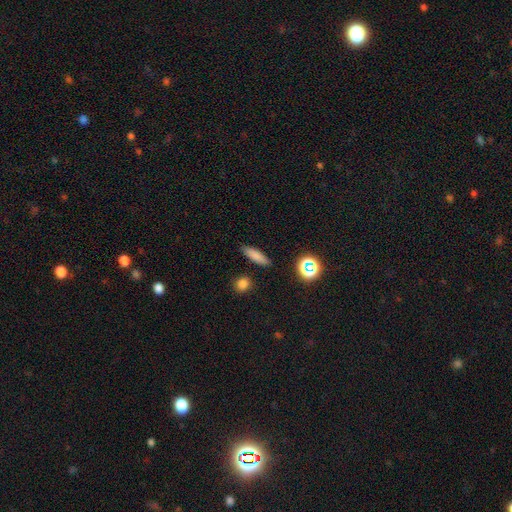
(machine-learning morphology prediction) Smooth or featured: smooth — 80% (star or artifact — 11%)
How rounded: cigar-shaped — 61% (in between — 35%)
Merging: none — 88% (minor disturbance — 8%)